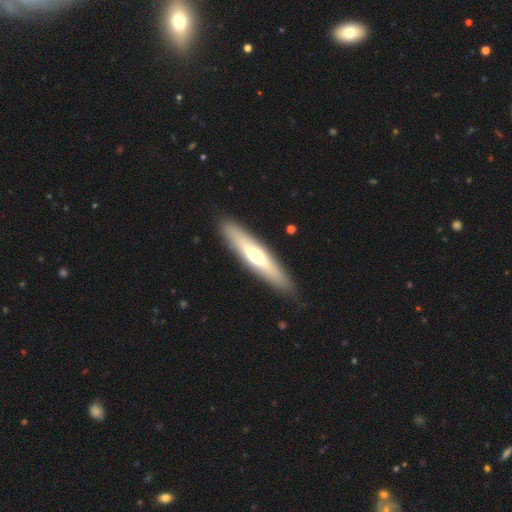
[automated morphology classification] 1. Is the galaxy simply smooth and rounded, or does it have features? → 47% smooth (tied), 47% featured or disk (tied), 5% star or artifact.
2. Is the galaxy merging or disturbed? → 89% none, 8% minor disturbance, 2% major disturbance, 1% merger.